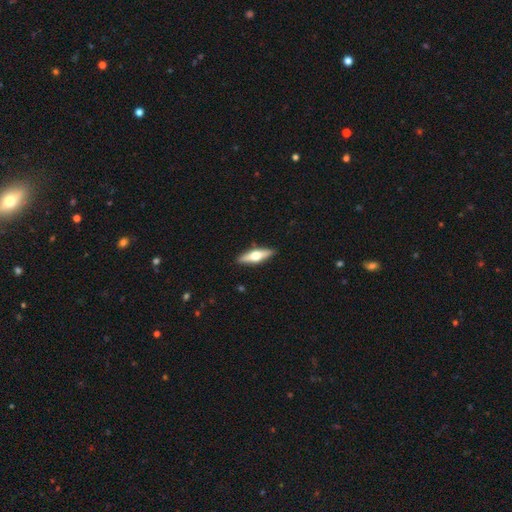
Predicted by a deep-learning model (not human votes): smooth-or-featured: featured or disk: 55% | smooth: 40% | star or artifact: 5%
  disk-edge-on: yes: 94% | no: 6%
    edge-on-bulge: rounded: 95% | boxy: 3% | none: 2%
  merging: none: 90% | minor disturbance: 7% | major disturbance: 2% | merger: 1%